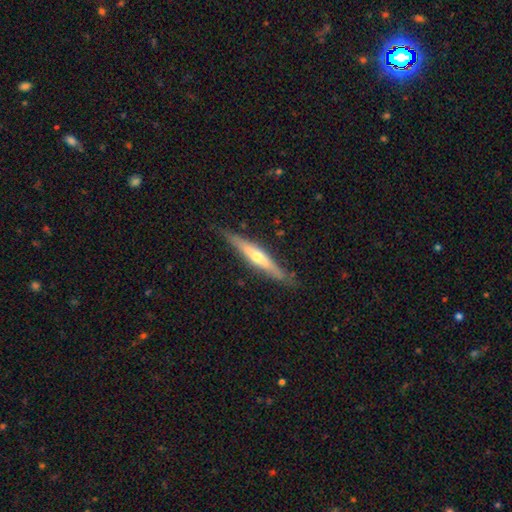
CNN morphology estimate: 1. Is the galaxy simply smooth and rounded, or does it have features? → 63% featured or disk, 31% smooth, 6% star or artifact.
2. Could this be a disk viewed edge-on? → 95% yes, 5% no.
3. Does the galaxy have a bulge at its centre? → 75% rounded, 19% none, 6% boxy.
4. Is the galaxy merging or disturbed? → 84% none, 12% minor disturbance, 2% major disturbance, 1% merger.